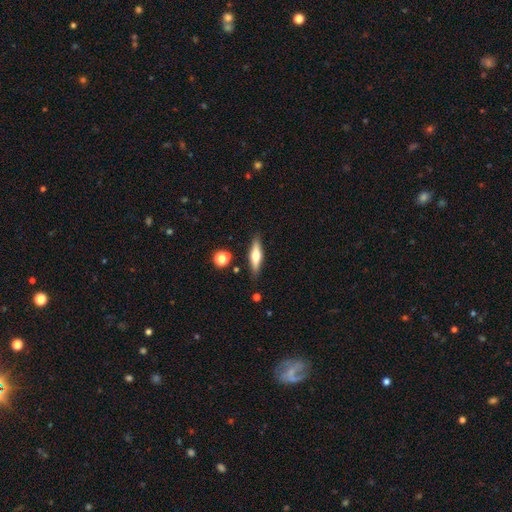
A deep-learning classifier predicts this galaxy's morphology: Smooth or featured: smooth — 48% (featured or disk — 46%)
Merging: none — 85% (minor disturbance — 10%)